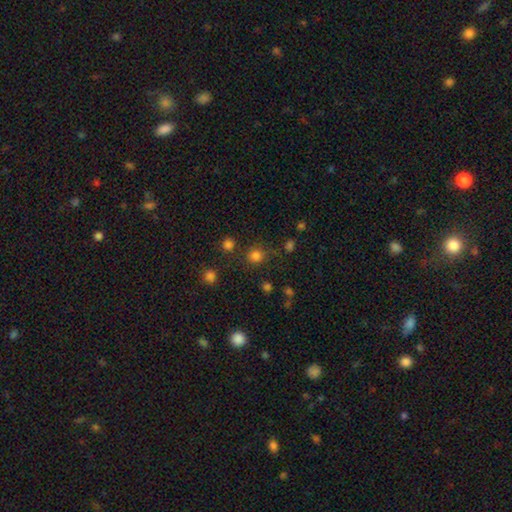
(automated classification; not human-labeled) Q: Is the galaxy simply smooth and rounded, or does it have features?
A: smooth — 78%.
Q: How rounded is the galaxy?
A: round — 89%.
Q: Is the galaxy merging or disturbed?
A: none — 79%.